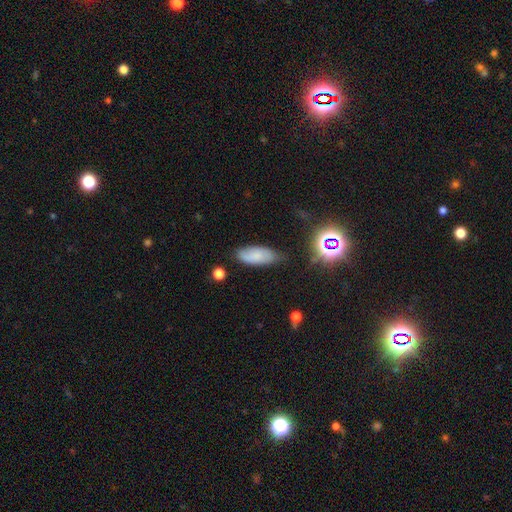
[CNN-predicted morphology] Smooth or featured? smooth (74%)
How rounded? in between (83%)
Merging? none (73%)